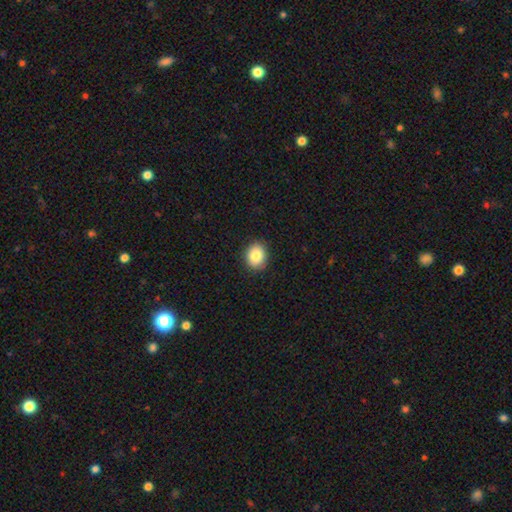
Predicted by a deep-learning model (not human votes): Morphology: type=smooth (84%); roundness=round (65%); merging=none (89%).